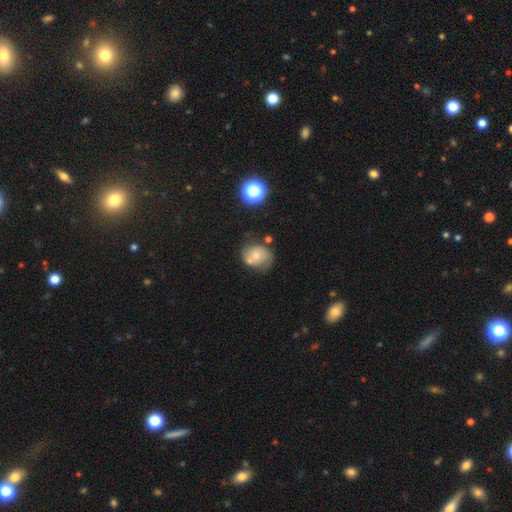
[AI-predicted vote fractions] The model was most divided on "smooth or featured": smooth: 48%, featured or disk: 40%, star or artifact: 11%. Remaining: merging — none (46%).